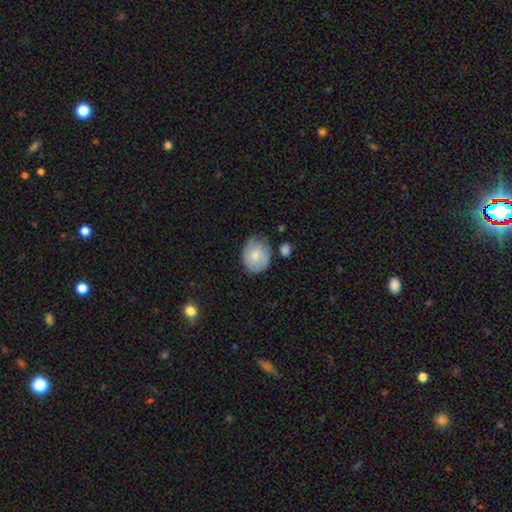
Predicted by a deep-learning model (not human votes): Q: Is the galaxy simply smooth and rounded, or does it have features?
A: smooth — 68%.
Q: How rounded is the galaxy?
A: round — 63%.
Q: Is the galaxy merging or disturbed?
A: none — 60%.